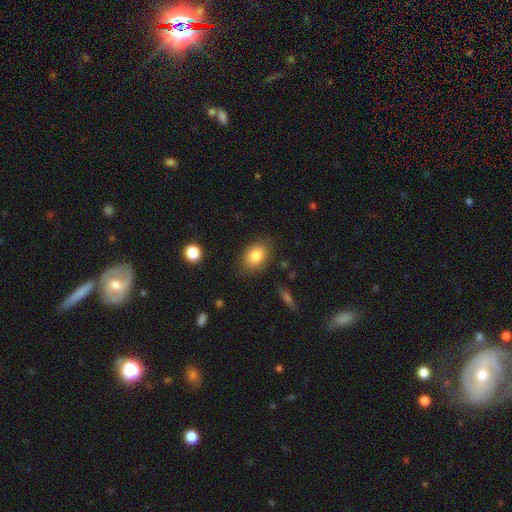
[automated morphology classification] The model was most divided on "how rounded": in between: 77%, round: 22%, cigar-shaped: 1%. More confident: smooth or featured — smooth (83%); merging — none (81%).